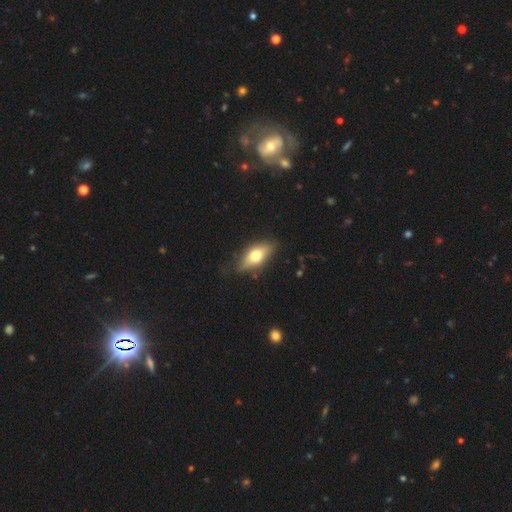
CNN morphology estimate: Smooth or featured? smooth (58%)
How rounded? in between (76%)
Merging? none (79%)